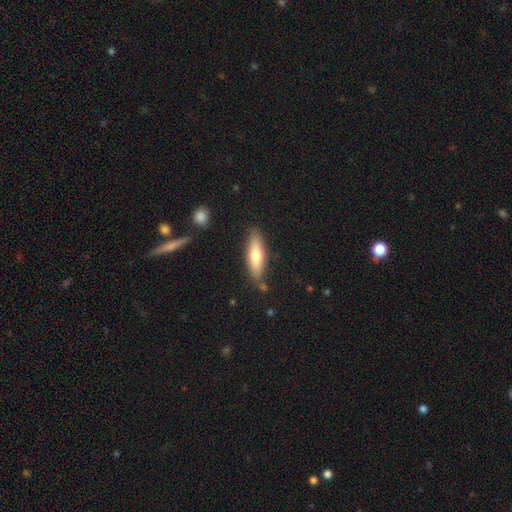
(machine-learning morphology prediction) type=smooth (65%); roundness=cigar-shaped (64%); merging=none (82%).